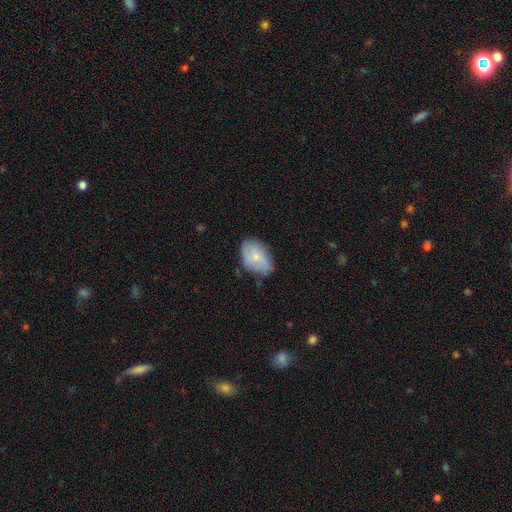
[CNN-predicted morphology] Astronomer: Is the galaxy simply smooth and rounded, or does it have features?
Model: smooth — 70%.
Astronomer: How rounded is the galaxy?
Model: in between — 88%.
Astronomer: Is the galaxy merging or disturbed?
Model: none — 62%.